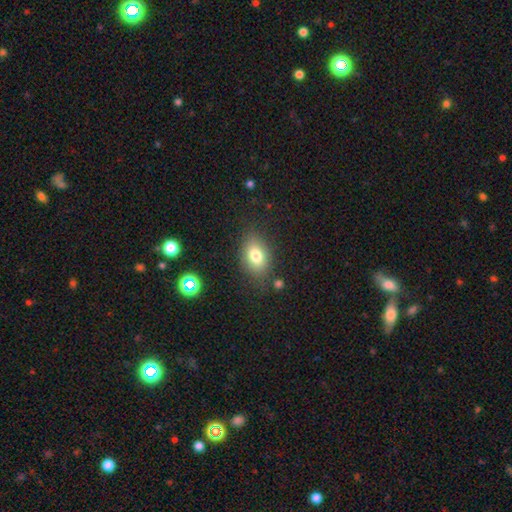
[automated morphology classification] type=smooth (77%); roundness=in between (78%); merging=none (79%).